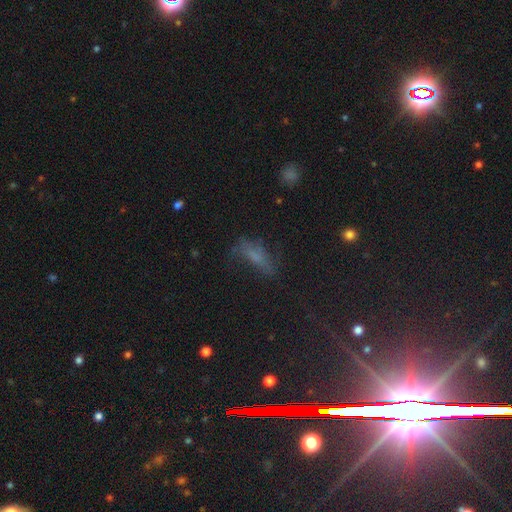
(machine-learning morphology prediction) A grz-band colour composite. It shows a smooth galaxy with no disk features (54%) that is in between round and cigar-shaped (56%). Merging: none (46%).